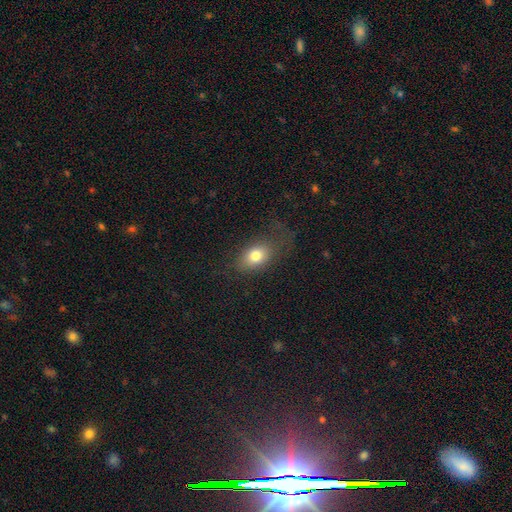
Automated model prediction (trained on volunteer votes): Smooth or featured: smooth — 77% (featured or disk — 13%)
How rounded: in between — 81% (round — 16%)
Merging: none — 62% (minor disturbance — 21%)